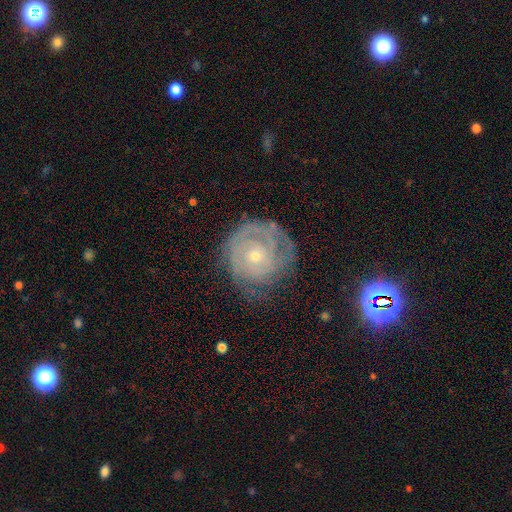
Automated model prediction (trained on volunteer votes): featured or disk 78%, smooth 15%, star or artifact 7%. Down the decision tree: edge-on disk — no (97%); bar — no (82%); spiral arms — yes (89%); spiral arm count — can't tell (45%); spiral winding — tight (79%); bulge size — small (72%); merging — none (68%).